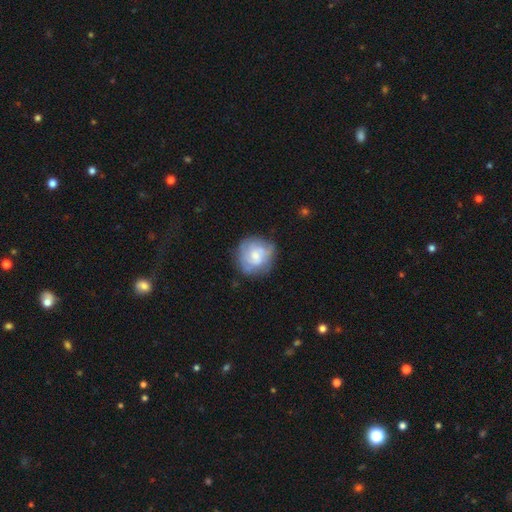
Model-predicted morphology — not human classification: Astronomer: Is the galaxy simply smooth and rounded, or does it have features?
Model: smooth — 47% (runner-up: featured or disk, 46%).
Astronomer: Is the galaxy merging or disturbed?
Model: none — 64%.